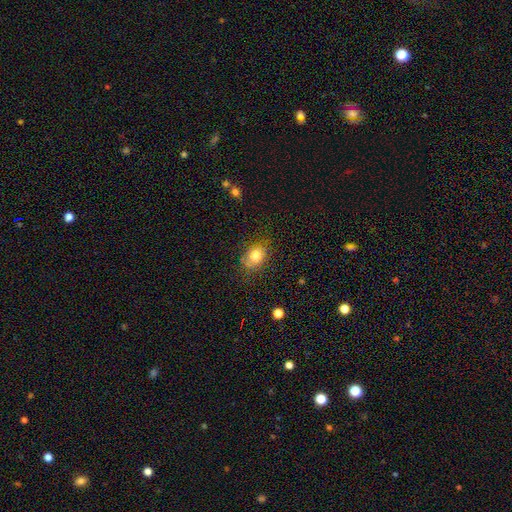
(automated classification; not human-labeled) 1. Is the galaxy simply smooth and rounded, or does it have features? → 77% smooth, 12% featured or disk, 11% star or artifact.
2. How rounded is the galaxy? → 57% in between, 42% round, 1% cigar-shaped.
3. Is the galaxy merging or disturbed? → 73% none, 20% minor disturbance, 5% major disturbance, 2% merger.